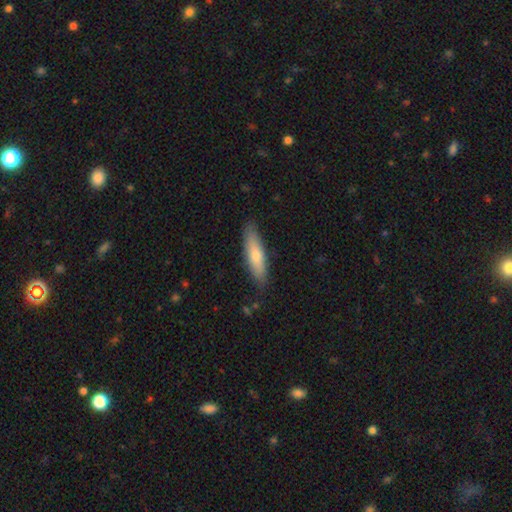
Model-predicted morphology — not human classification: smooth_or_featured: smooth (p=0.70) [alt: featured or disk p=0.25]
how_rounded: cigar-shaped (p=0.68) [alt: in between p=0.31]
merging: none (p=0.85) [alt: minor disturbance p=0.12]